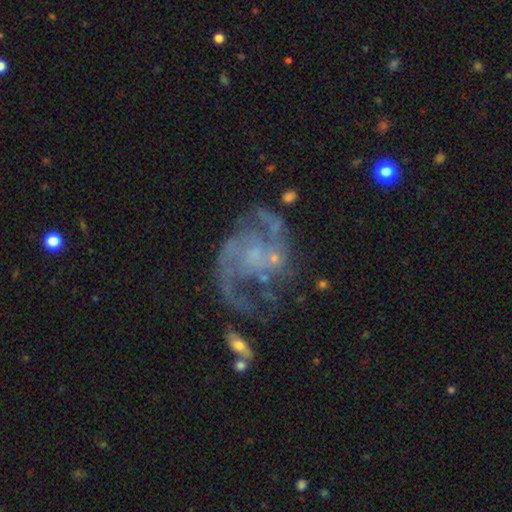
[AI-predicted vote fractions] smooth_or_featured: featured or disk (p=0.84) [alt: star or artifact p=0.09]
disk_edge_on: no (p=0.98) [alt: yes p=0.02]
bar: no (p=0.69) [alt: weak p=0.25]
has_spiral_arms: yes (p=0.90) [alt: no p=0.10]
spiral_winding: medium (p=0.43) [alt: loose p=0.41]
spiral_arm_count: 2 (p=0.60) [alt: can't tell p=0.13]
bulge_size: none (p=0.46) [alt: small p=0.39]
merging: none (p=0.46) [alt: major disturbance p=0.29]